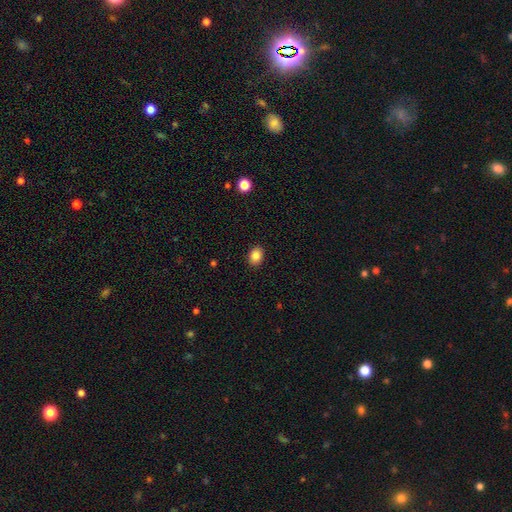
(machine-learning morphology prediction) This appears to be a smooth galaxy with no disk features (85%) that is in between round and cigar-shaped (63%). Merging: none (90%).